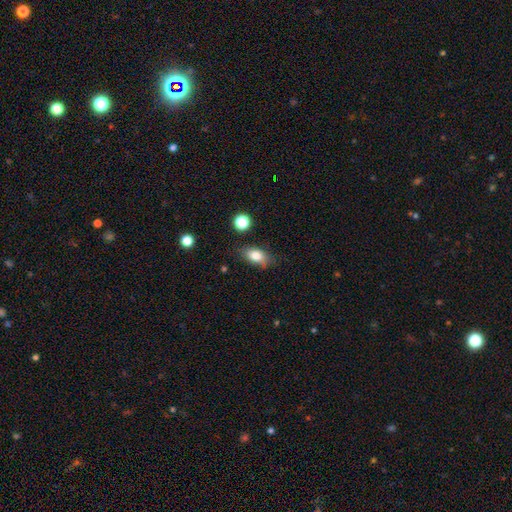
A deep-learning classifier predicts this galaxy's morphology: A smooth galaxy with no disk features (81%) that is in between round and cigar-shaped (85%).

Vote fractions:
- Smooth or featured? smooth: 81% / featured or disk: 10% / star or artifact: 9%
- How rounded? in between: 85% / round: 11% / cigar-shaped: 4%
- Merging? none: 74% / minor disturbance: 19% / major disturbance: 4% / merger: 3%